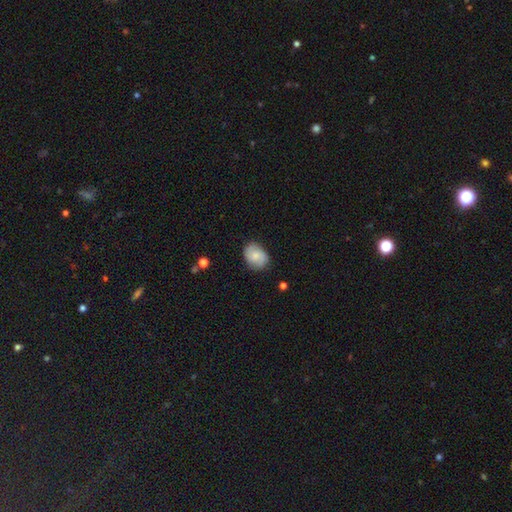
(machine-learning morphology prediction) smooth_or_featured: smooth (p=0.58) [alt: featured or disk p=0.34]
how_rounded: in between (p=0.59) [alt: round p=0.40]
merging: none (p=0.76) [alt: minor disturbance p=0.19]